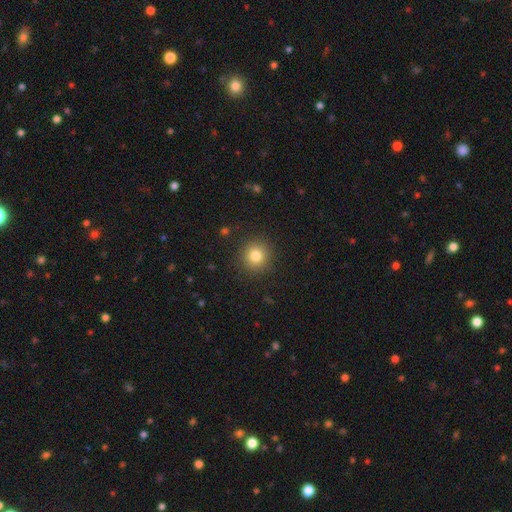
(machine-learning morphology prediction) Overall: smooth (81%). How rounded: round (92%). Merging: none (90%).